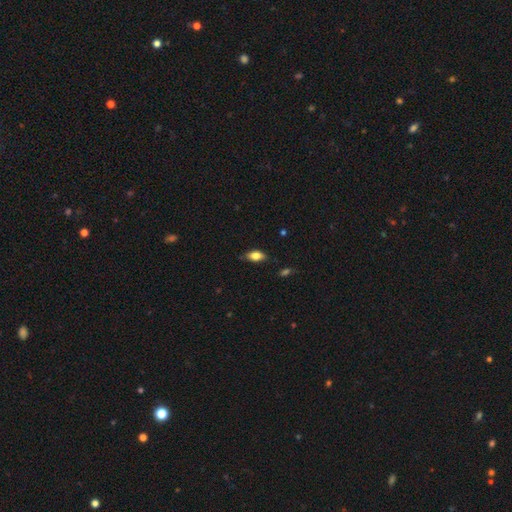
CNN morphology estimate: Smooth or featured?
  - smooth: 74% *
  - featured or disk: 18%
  - star or artifact: 8%
How rounded?
  - in between: 86% *
  - cigar-shaped: 8%
  - round: 5%
Merging?
  - none: 77% *
  - minor disturbance: 19%
  - major disturbance: 3%
  - merger: 1%